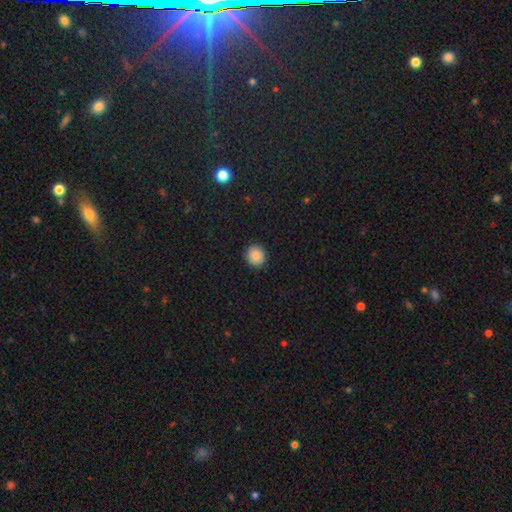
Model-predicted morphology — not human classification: smooth-or-featured: smooth: 89% | star or artifact: 9% | featured or disk: 3%
  how-rounded: round: 86% | in between: 14% | cigar-shaped: 1%
  merging: none: 92% | minor disturbance: 5% | major disturbance: 2% | merger: 1%